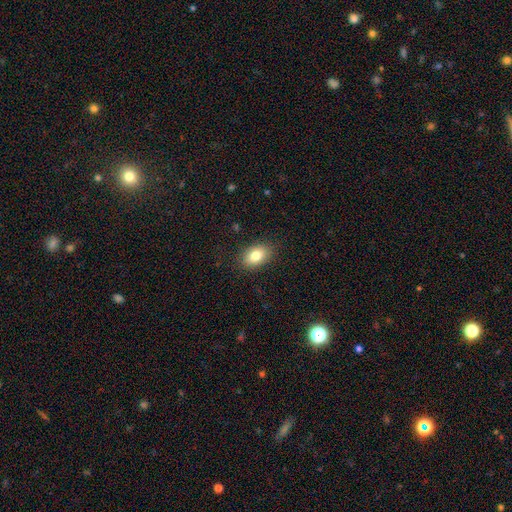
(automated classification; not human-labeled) A smooth galaxy with no disk features (81%) that is in between round and cigar-shaped (84%).

Vote fractions:
- Smooth or featured? smooth: 81% / featured or disk: 10% / star or artifact: 8%
- How rounded? in between: 84% / round: 14% / cigar-shaped: 1%
- Merging? none: 87% / minor disturbance: 9% / major disturbance: 2% / merger: 1%